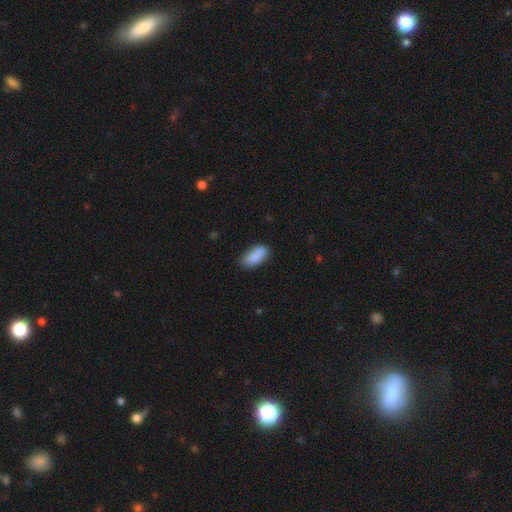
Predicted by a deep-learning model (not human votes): smooth 87%, star or artifact 7%, featured or disk 6%. Down the decision tree: how rounded — in between (89%); merging — none (74%).